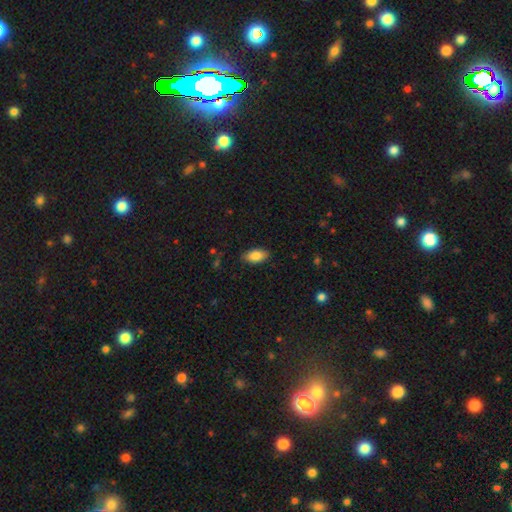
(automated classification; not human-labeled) The model was most divided on "merging": none: 84%, minor disturbance: 12%, major disturbance: 3%, merger: 1%. More confident: how rounded — in between (92%); smooth or featured — smooth (87%).